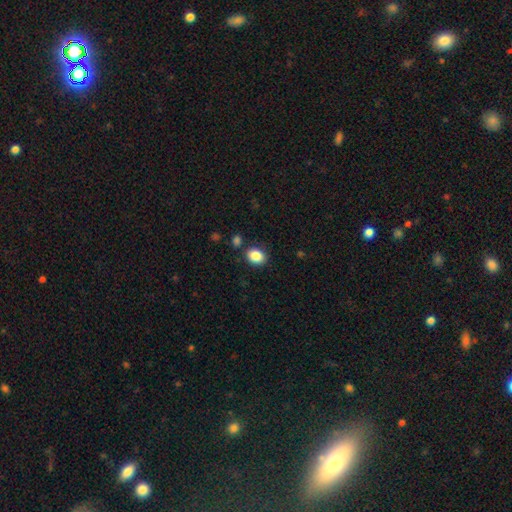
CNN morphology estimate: This appears to be a smooth galaxy with no disk features (87%) that is in between round and cigar-shaped (59%). Merging: none (83%).